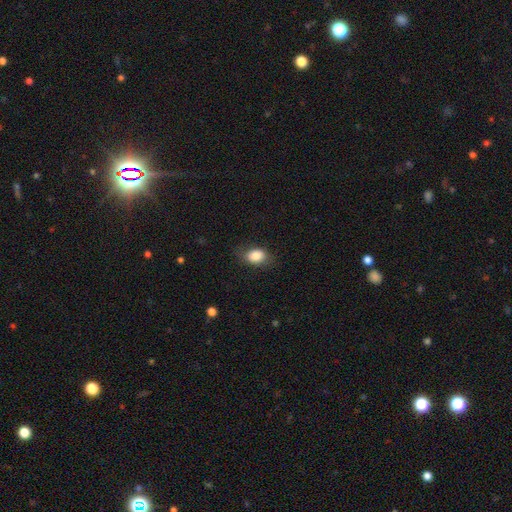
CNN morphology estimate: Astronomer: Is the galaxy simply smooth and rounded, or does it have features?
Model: smooth — 85%.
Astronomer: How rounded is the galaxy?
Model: in between — 76%.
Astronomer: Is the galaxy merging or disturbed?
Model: none — 74%.